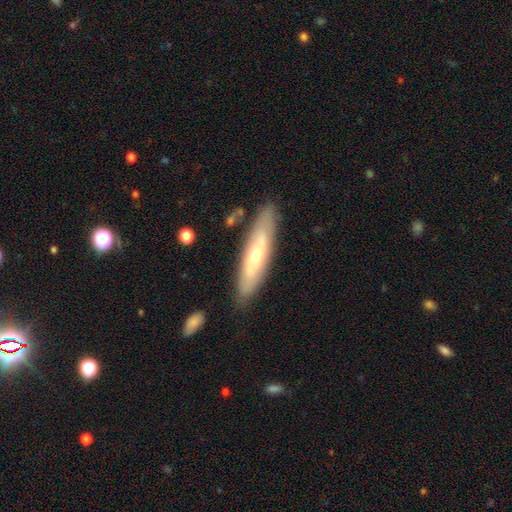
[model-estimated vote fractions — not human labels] Smooth or featured?
  - featured or disk: 53% *
  - smooth: 41%
  - star or artifact: 6%
Edge-on disk?
  - no: 53% *
  - yes: 47%
Merging?
  - none: 82% *
  - minor disturbance: 13%
  - major disturbance: 3%
  - merger: 3%